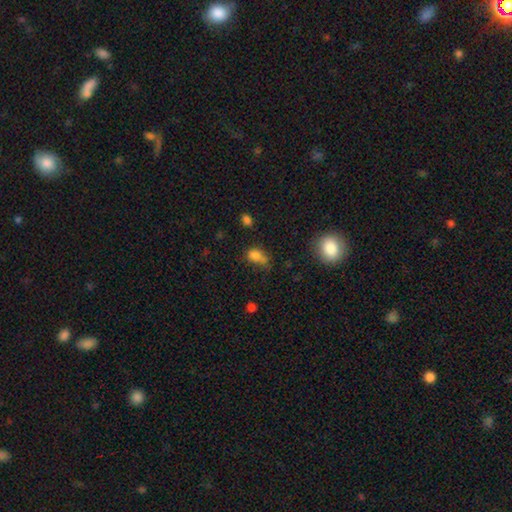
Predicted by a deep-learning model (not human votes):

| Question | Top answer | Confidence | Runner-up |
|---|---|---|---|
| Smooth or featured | smooth | 76% | star or artifact (15%) |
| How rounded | in between | 68% | round (29%) |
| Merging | none | 37% | merger (25%) |